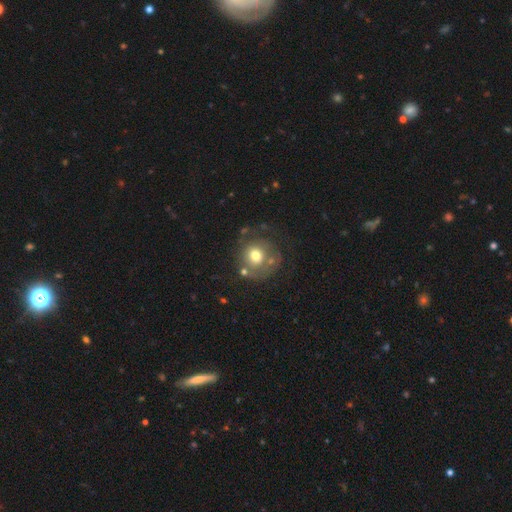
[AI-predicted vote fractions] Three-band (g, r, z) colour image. It shows a smooth galaxy with no disk features (61%) that is round (88%). Merging: none (59%).